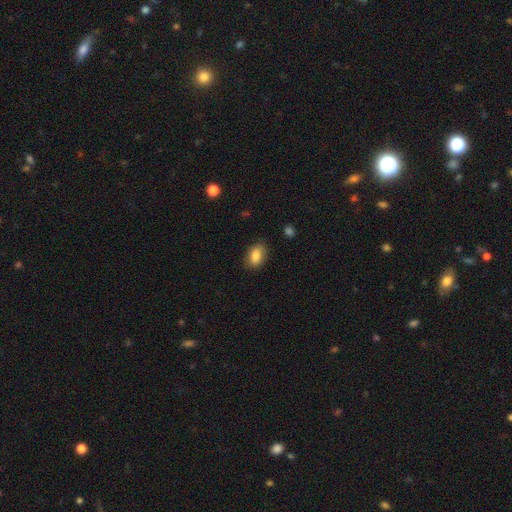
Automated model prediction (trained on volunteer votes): Smooth or featured? smooth (83%)
How rounded? in between (85%)
Merging? none (83%)